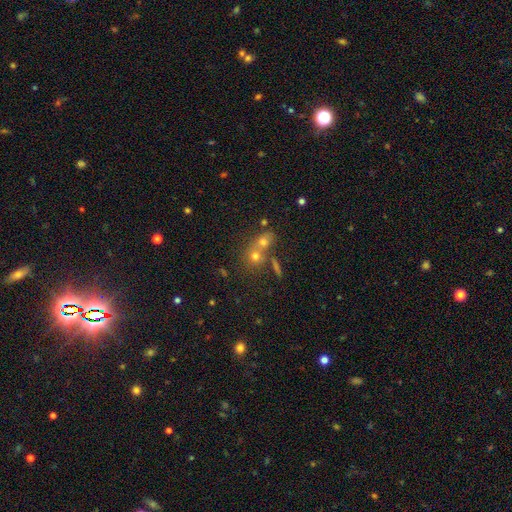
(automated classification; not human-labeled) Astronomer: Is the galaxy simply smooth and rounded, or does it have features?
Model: smooth — 56%.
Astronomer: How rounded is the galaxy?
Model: round — 76%.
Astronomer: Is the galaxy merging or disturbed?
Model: merger — 46% (runner-up: none, 43%).